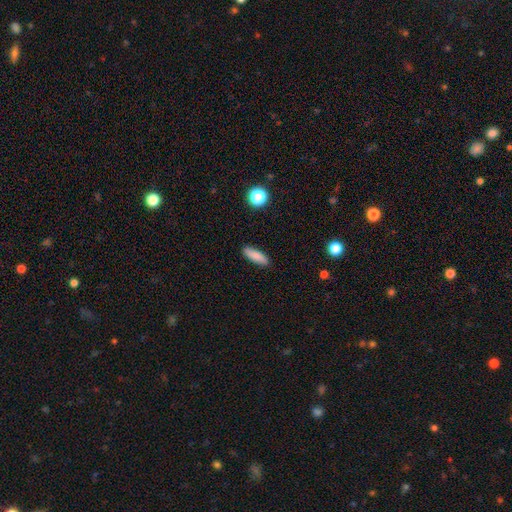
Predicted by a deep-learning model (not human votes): smooth 84%, featured or disk 9%, star or artifact 8%. Down the decision tree: how rounded — cigar-shaped (49%); merging — none (88%).